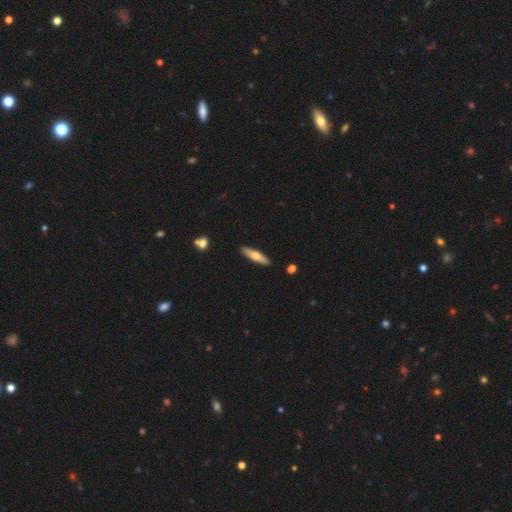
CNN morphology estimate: Smooth or featured?
  - smooth: 58% *
  - featured or disk: 36%
  - star or artifact: 6%
How rounded?
  - cigar-shaped: 73% *
  - in between: 25%
  - round: 2%
Merging?
  - none: 90% *
  - minor disturbance: 7%
  - major disturbance: 2%
  - merger: 2%